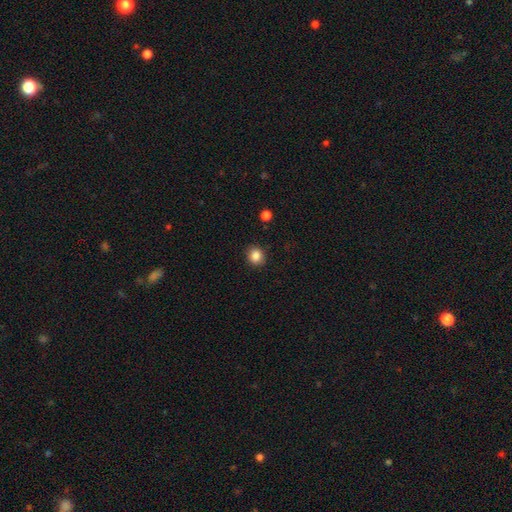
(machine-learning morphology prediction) This appears to be a smooth galaxy with no disk features (86%) that is round (81%). Merging: none (90%).